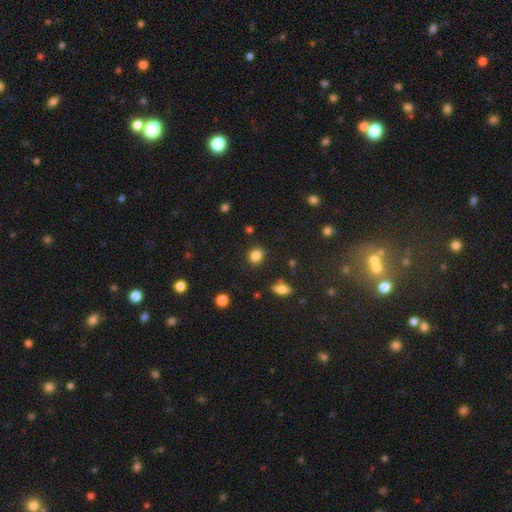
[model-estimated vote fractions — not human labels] The model was most divided on "how rounded": round: 71%, in between: 27%, cigar-shaped: 1%. More confident: merging — none (86%); smooth or featured — smooth (85%).